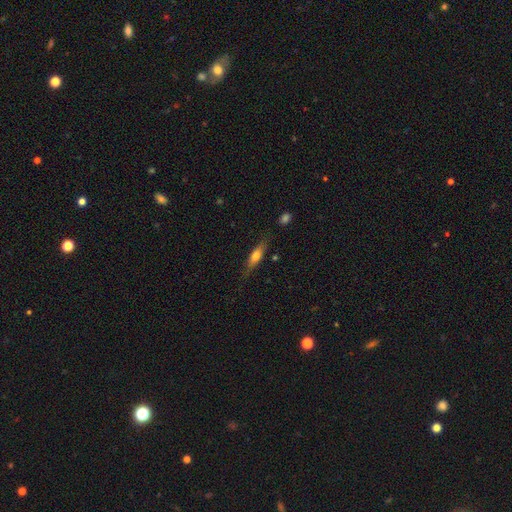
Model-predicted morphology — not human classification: This is possibly a smooth galaxy (60%). How rounded: likely cigar-shaped (63%). Merging: likely none (75%).